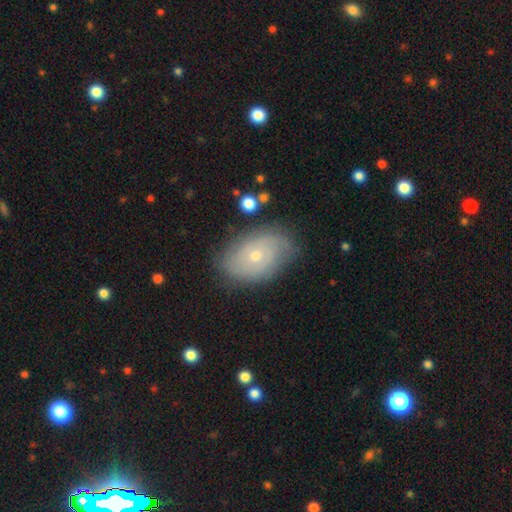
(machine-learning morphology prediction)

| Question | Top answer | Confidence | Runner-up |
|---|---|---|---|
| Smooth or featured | featured or disk | 62% | smooth (30%) |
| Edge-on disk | no | 94% | yes (6%) |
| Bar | no | 84% | weak (14%) |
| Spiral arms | yes | 75% | no (25%) |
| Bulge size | small | 62% | moderate (35%) |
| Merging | none | 76% | minor disturbance (18%) |